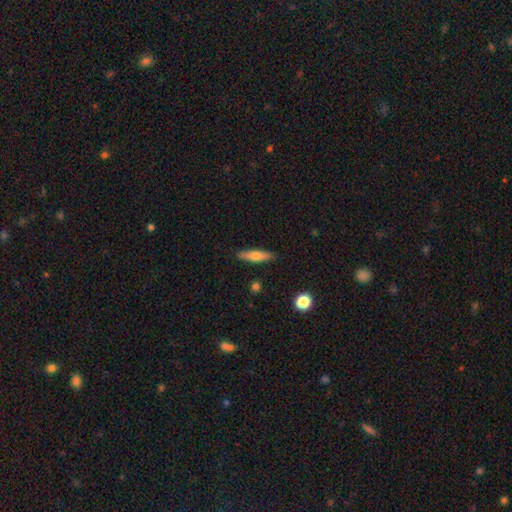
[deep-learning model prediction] A smooth galaxy with no disk features (65%) that is cigar-shaped (72%).

Vote fractions:
- Smooth or featured? smooth: 65% / featured or disk: 29% / star or artifact: 6%
- How rounded? cigar-shaped: 72% / in between: 26% / round: 2%
- Merging? none: 88% / minor disturbance: 9% / major disturbance: 2% / merger: 2%